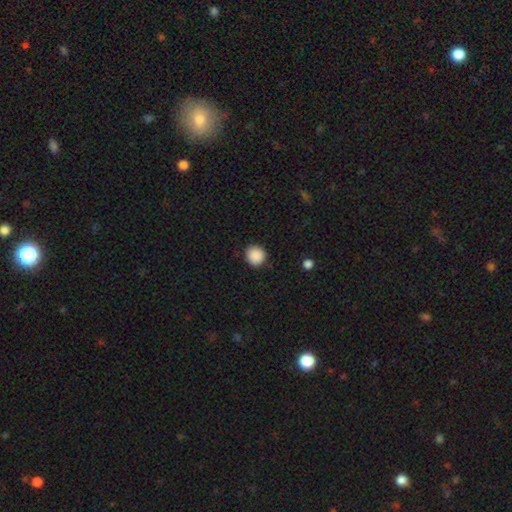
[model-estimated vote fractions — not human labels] smooth_or_featured: smooth (p=0.89) [alt: star or artifact p=0.09]
how_rounded: round (p=0.90) [alt: in between p=0.09]
merging: none (p=0.89) [alt: minor disturbance p=0.08]